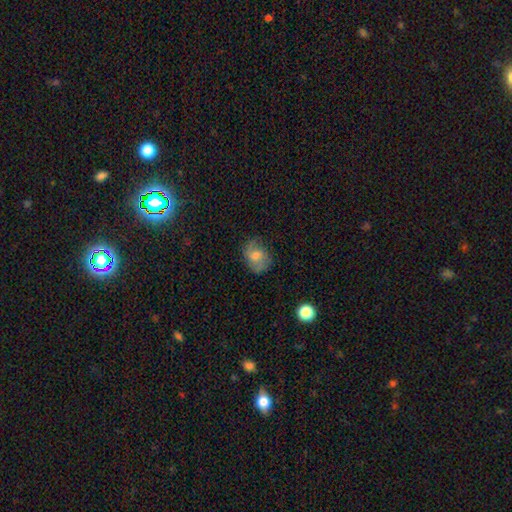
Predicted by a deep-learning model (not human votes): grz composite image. It shows a smooth galaxy with no disk features (53%) that is in between round and cigar-shaped (50%). Merging: none (65%).